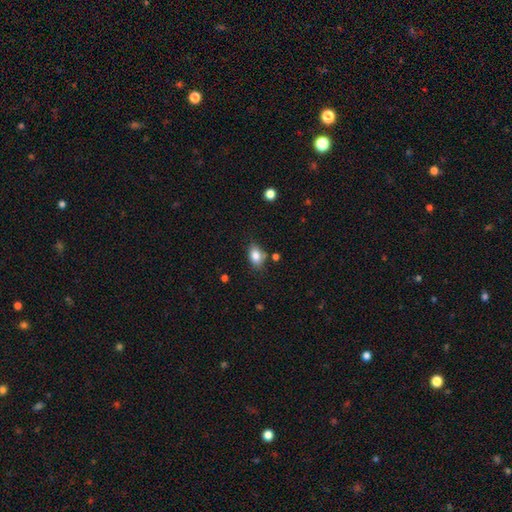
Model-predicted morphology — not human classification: This appears to be a smooth galaxy with no disk features (82%) that is in between round and cigar-shaped (77%). Merging: none (67%).